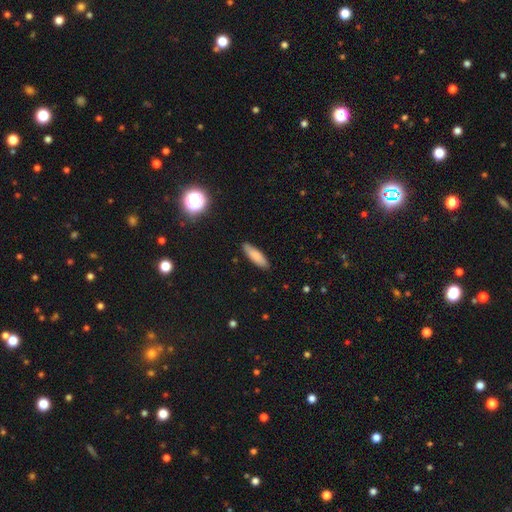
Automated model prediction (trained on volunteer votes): A smooth galaxy with no disk features (83%) that is cigar-shaped (56%). Merging: none (87%).